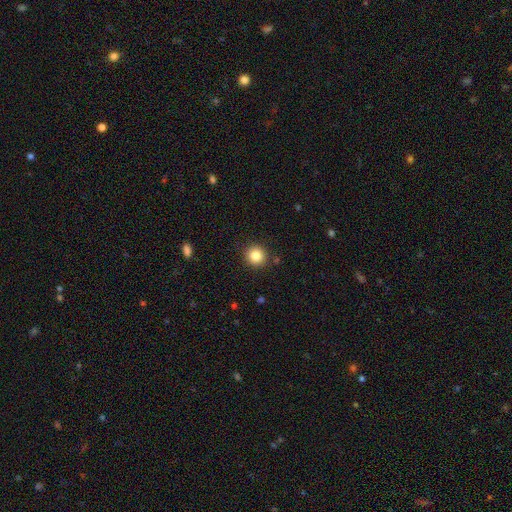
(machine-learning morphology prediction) A smooth galaxy with no disk features (85%) that is round (93%).

Vote fractions:
- Smooth or featured? smooth: 85% / star or artifact: 10% / featured or disk: 5%
- How rounded? round: 93% / in between: 6% / cigar-shaped: 1%
- Merging? none: 90% / minor disturbance: 7% / major disturbance: 2% / merger: 2%